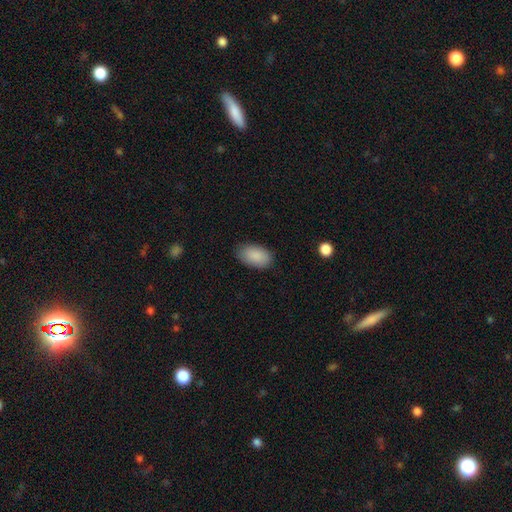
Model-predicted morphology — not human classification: smooth-or-featured: smooth: 89% | star or artifact: 6% | featured or disk: 4%
  how-rounded: in between: 95% | round: 4% | cigar-shaped: 2%
  merging: none: 84% | minor disturbance: 12% | major disturbance: 3% | merger: 1%